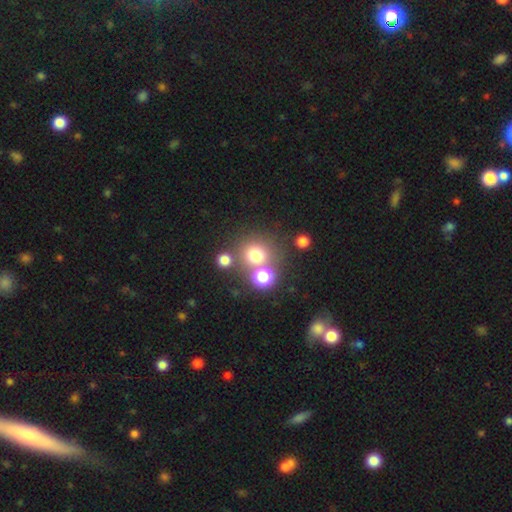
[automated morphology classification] Smooth or featured: smooth — 71% (star or artifact — 20%)
How rounded: round — 89% (in between — 10%)
Merging: none — 65% (merger — 23%)